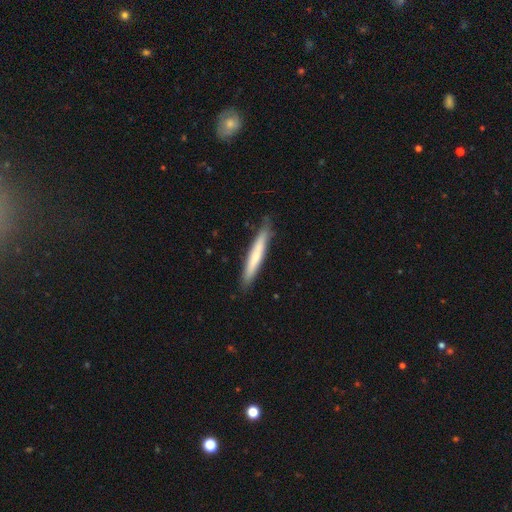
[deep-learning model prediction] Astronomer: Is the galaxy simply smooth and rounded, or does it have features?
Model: smooth — 64%.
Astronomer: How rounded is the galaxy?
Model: cigar-shaped — 95%.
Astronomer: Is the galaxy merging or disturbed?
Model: none — 85%.